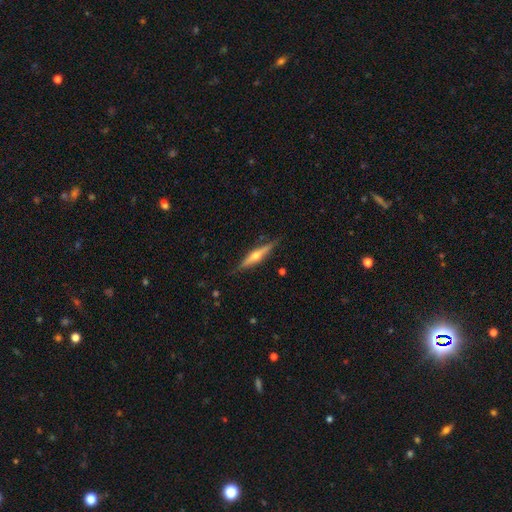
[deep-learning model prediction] This appears to be a featured or disk galaxy (65%) viewed edge-on (96%) with a rounded central bulge (90%). Merging: none (84%).